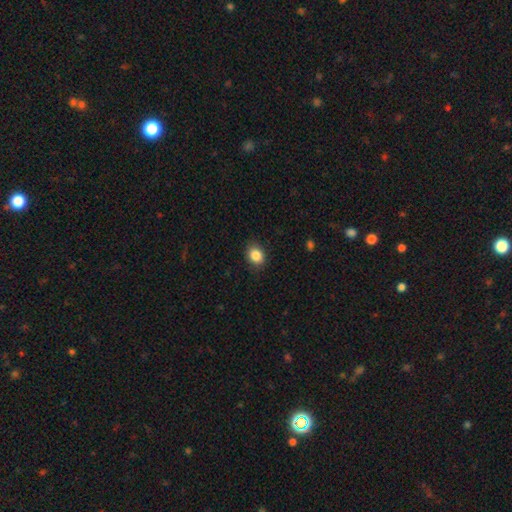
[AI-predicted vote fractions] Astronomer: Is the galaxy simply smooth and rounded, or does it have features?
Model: smooth — 86%.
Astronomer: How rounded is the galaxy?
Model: in between — 50% (runner-up: round, 49%).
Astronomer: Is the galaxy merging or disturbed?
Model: none — 86%.